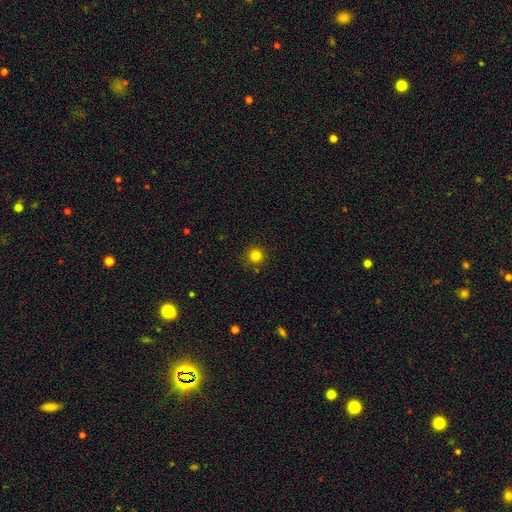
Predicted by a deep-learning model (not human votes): This appears to be a smooth galaxy with no disk features (82%) that is round (95%). Merging: none (88%).